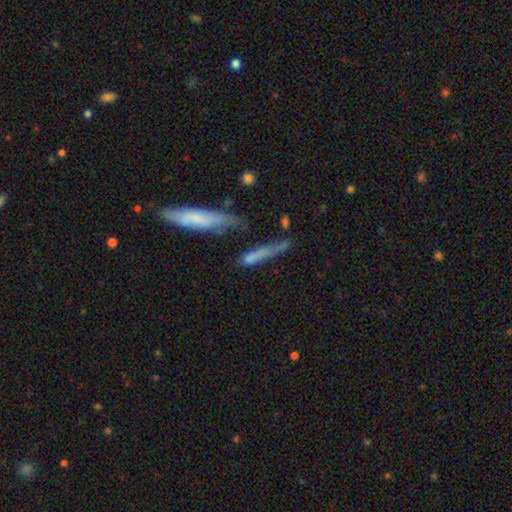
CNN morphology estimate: Smooth or featured? Predicted: smooth (p=0.60). How rounded? Predicted: cigar-shaped (p=0.89). Merging? Predicted: none (p=0.48).